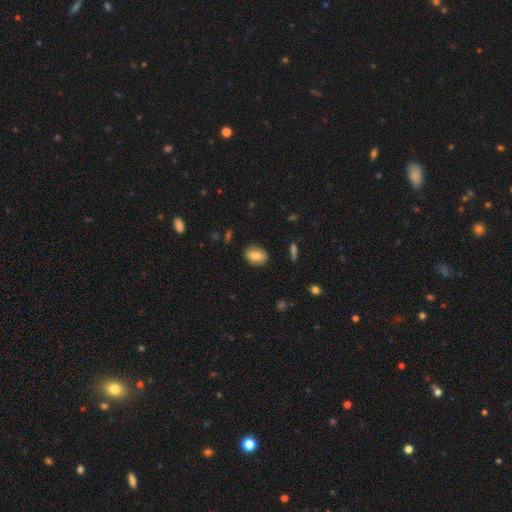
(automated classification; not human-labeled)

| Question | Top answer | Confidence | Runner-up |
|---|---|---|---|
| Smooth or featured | smooth | 76% | featured or disk (17%) |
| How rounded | in between | 78% | round (19%) |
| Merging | none | 82% | minor disturbance (13%) |